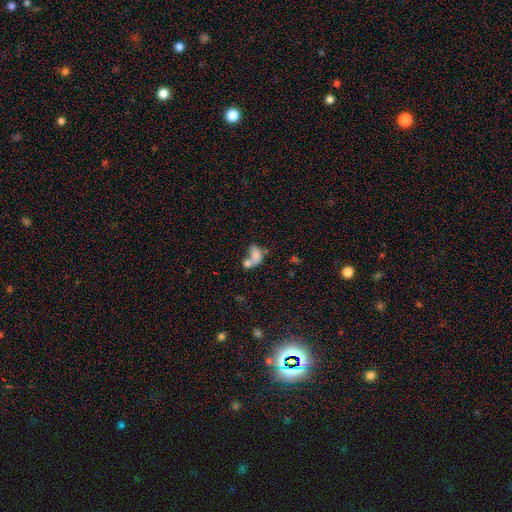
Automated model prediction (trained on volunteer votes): smooth_or_featured: smooth (p=0.69) [alt: featured or disk p=0.20]
how_rounded: in between (p=0.80) [alt: round p=0.18]
merging: merger (p=0.62) [alt: none p=0.16]